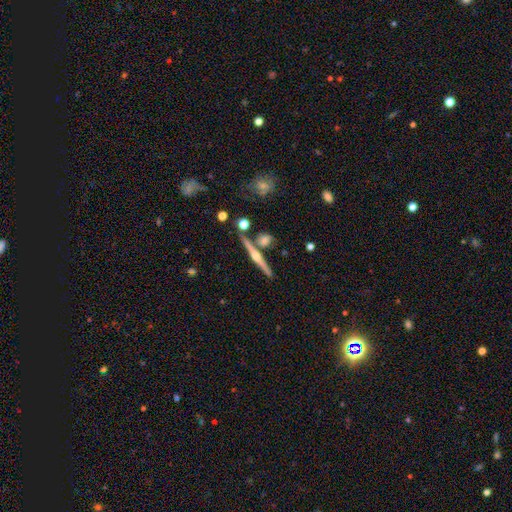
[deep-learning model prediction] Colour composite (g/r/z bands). It shows a featured or disk galaxy (78%) viewed edge-on (98%) with a rounded central bulge (88%). Merging: none (81%).